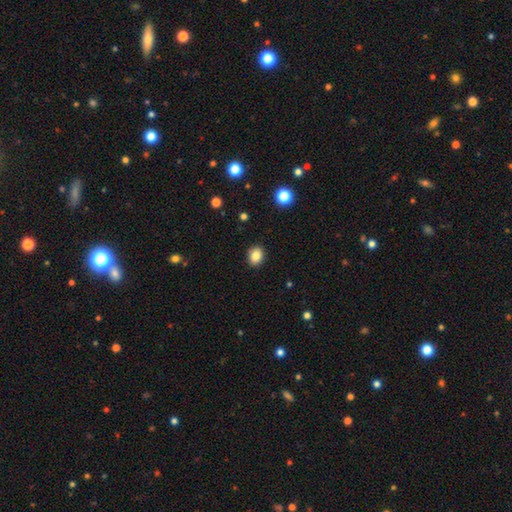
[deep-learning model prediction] Smooth or featured: smooth — 84% (star or artifact — 10%)
How rounded: round — 59% (in between — 40%)
Merging: none — 90% (minor disturbance — 7%)